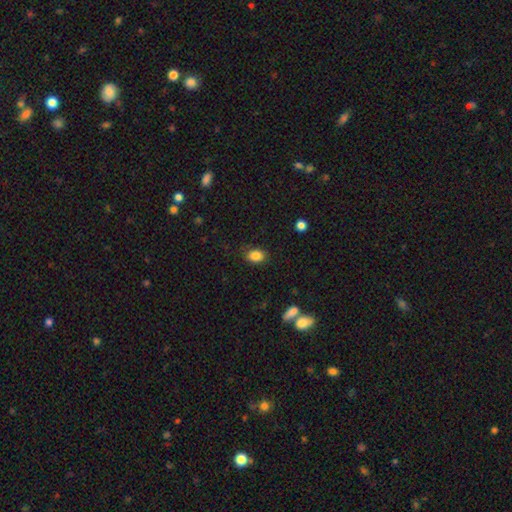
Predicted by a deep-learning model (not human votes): A smooth galaxy with no disk features (85%) that is in between round and cigar-shaped (72%). Merging: none (79%).